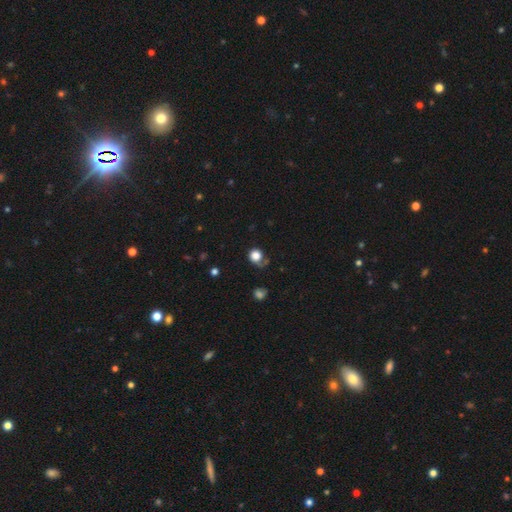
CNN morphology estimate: smooth-or-featured: smooth: 76% | featured or disk: 12% | star or artifact: 11%
  how-rounded: round: 81% | in between: 18% | cigar-shaped: 1%
  merging: none: 51% | major disturbance: 22% | minor disturbance: 21% | merger: 6%